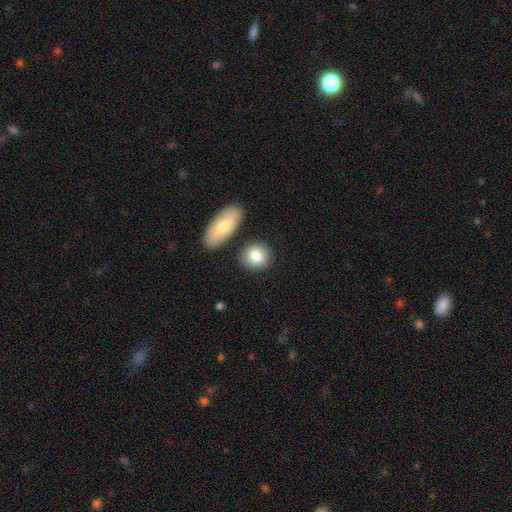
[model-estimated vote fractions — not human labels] Morphology: type=smooth (80%); roundness=round (71%); merging=none (79%).